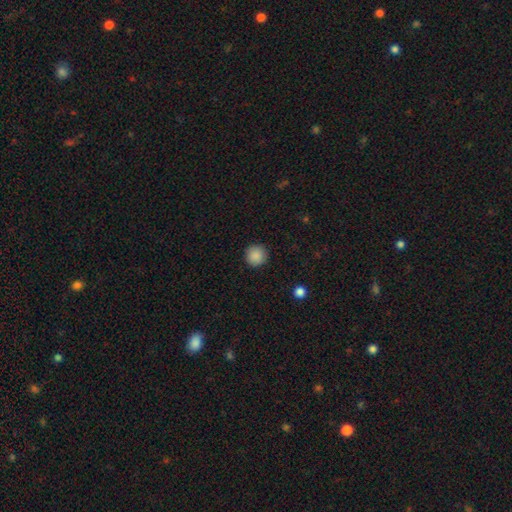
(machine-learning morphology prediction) A smooth galaxy with no disk features (88%) that is round (95%). Merging: none (92%).